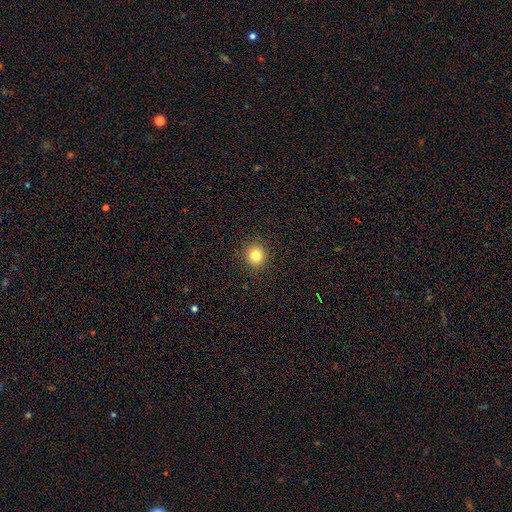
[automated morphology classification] This appears to be a smooth galaxy with no disk features (82%) that is round (91%). Merging: none (91%).